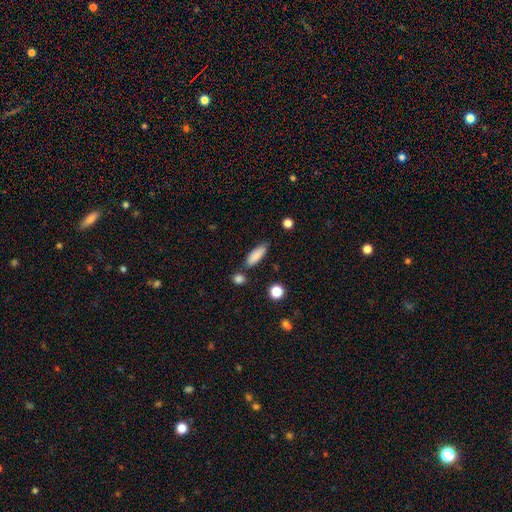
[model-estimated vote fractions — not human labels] This is clearly a smooth galaxy (86%). How rounded: likely in between (61%). Merging: likely none (75%).